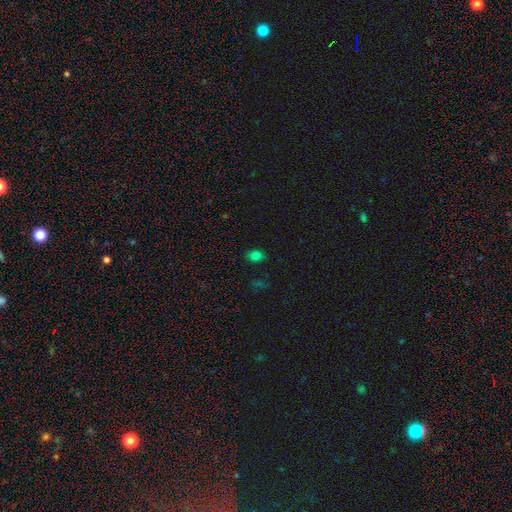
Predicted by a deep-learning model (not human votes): Morphology: type=smooth (78%); roundness=in between (61%); merging=none (83%).